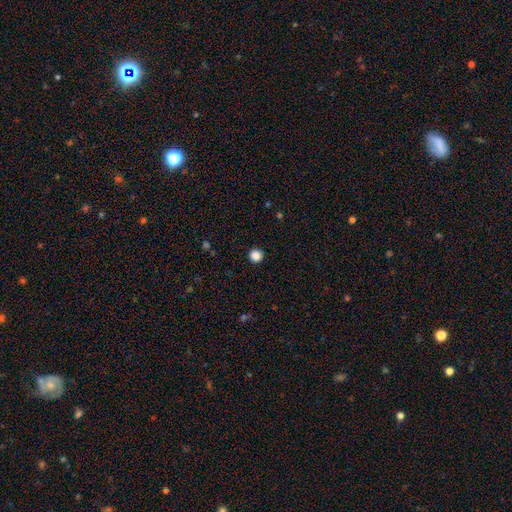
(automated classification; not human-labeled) Q: Smooth or featured?
A: smooth (86%); runner-up: star or artifact (11%)
Q: How rounded?
A: round (95%); runner-up: in between (4%)
Q: Merging?
A: none (93%); runner-up: minor disturbance (5%)